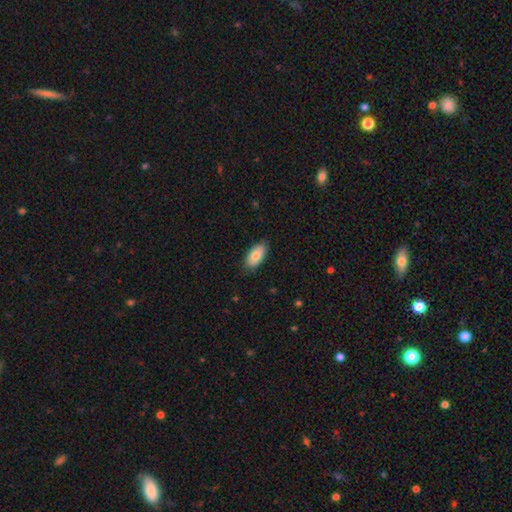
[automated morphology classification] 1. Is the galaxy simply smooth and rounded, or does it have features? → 81% smooth, 13% featured or disk, 6% star or artifact.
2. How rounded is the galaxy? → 92% in between, 5% cigar-shaped, 3% round.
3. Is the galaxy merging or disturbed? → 83% none, 13% minor disturbance, 2% major disturbance, 1% merger.